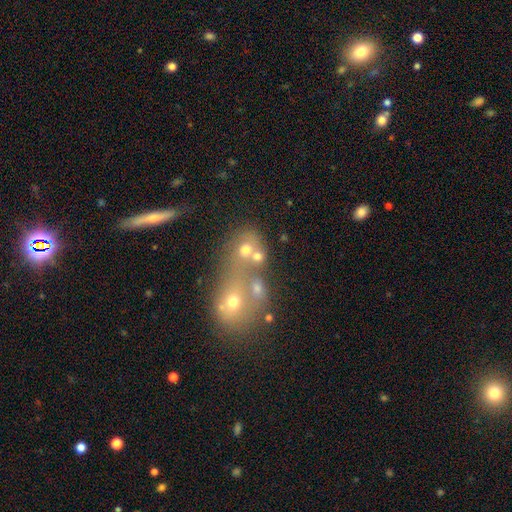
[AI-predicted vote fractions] A smooth galaxy with no disk features (54%) that is round (63%). Merging: merger (58%).